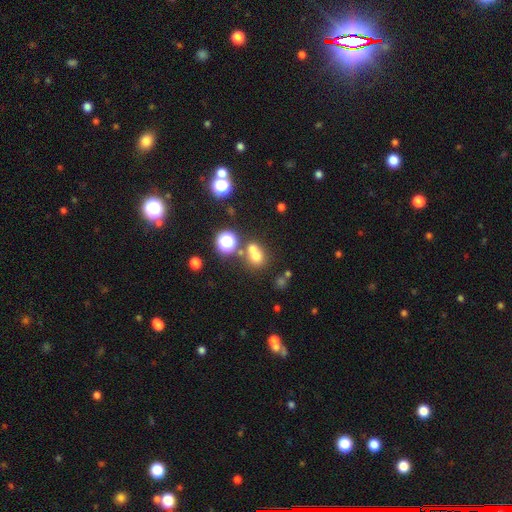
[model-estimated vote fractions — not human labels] smooth-or-featured: smooth: 64% | star or artifact: 22% | featured or disk: 14%
  how-rounded: round: 73% | in between: 26% | cigar-shaped: 1%
  merging: merger: 44% | none: 43% | minor disturbance: 8% | major disturbance: 5%